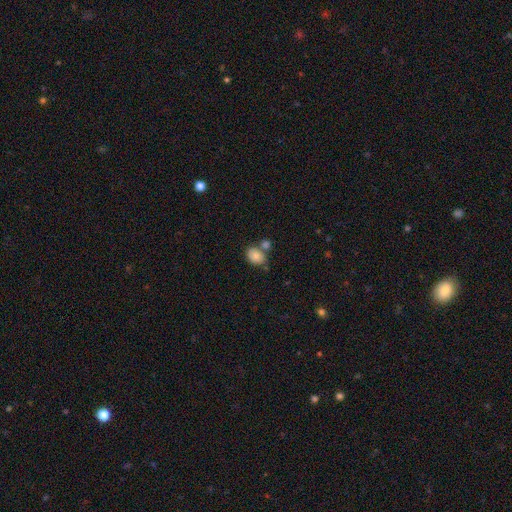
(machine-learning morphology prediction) A smooth galaxy with no disk features (82%) that is in between round and cigar-shaped (63%).

Vote fractions:
- Smooth or featured? smooth: 82% / featured or disk: 10% / star or artifact: 9%
- How rounded? in between: 63% / round: 36% / cigar-shaped: 1%
- Merging? none: 58% / merger: 25% / minor disturbance: 13% / major disturbance: 3%